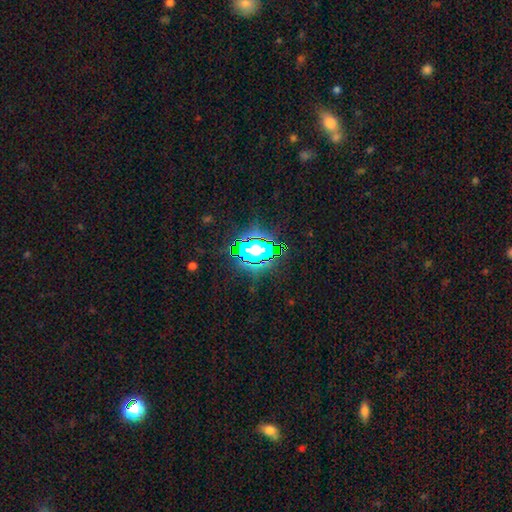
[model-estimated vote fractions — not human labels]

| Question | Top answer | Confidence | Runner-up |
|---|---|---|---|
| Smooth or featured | star or artifact | 77% | smooth (14%) |